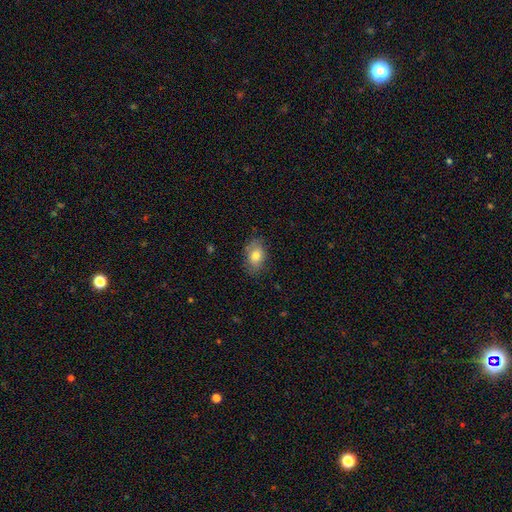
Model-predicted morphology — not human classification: Overall: smooth (77%). How rounded: in between (85%). Merging: none (78%).